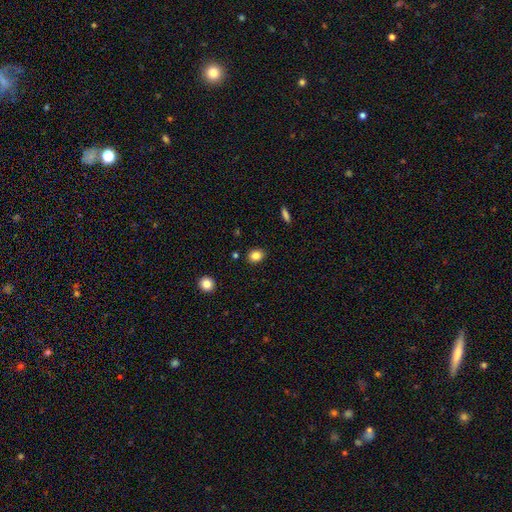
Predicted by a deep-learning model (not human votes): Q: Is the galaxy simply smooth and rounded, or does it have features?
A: smooth — 84%.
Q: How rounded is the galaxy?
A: round — 50%.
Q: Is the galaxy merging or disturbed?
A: none — 88%.